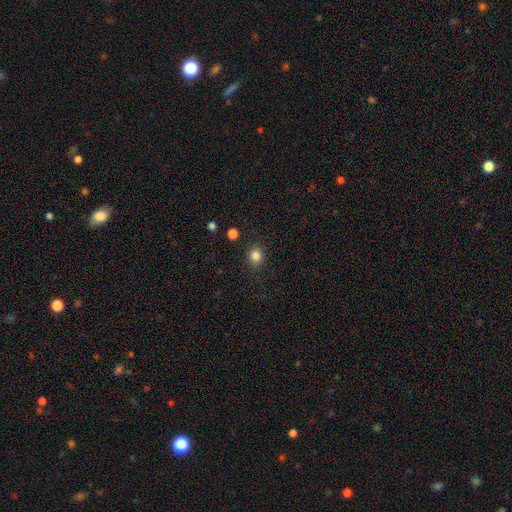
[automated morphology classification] Smooth or featured? smooth (83%)
How rounded? round (72%)
Merging? none (87%)